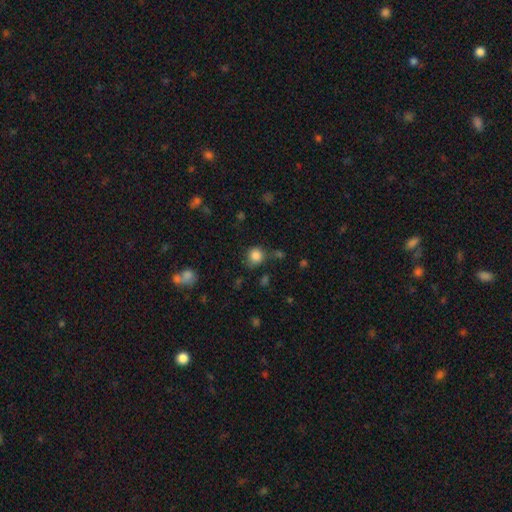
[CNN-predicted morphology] Overall: smooth (85%). How rounded: round (84%). Merging: none (68%).